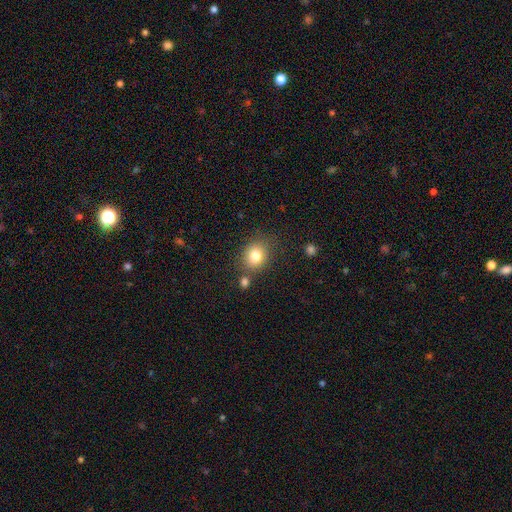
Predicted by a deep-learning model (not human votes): Smooth or featured?
  - smooth: 81% *
  - star or artifact: 11%
  - featured or disk: 9%
How rounded?
  - round: 66% *
  - in between: 33%
  - cigar-shaped: 1%
Merging?
  - none: 74% *
  - minor disturbance: 13%
  - merger: 9%
  - major disturbance: 4%